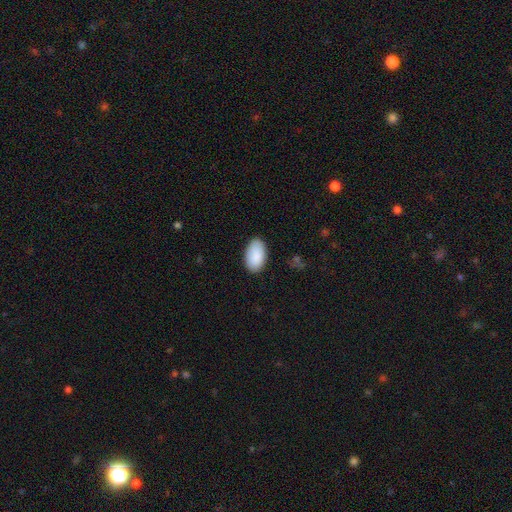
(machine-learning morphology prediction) smooth_or_featured: smooth (p=0.90) [alt: star or artifact p=0.06]
how_rounded: in between (p=0.95) [alt: round p=0.03]
merging: none (p=0.85) [alt: minor disturbance p=0.12]